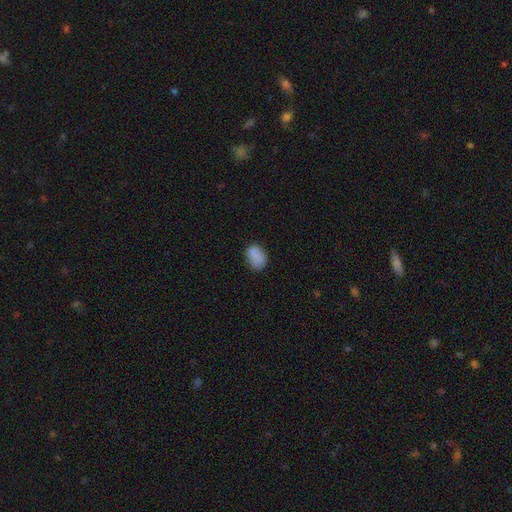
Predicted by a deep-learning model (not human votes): Morphology: type=smooth (85%); roundness=in between (76%); merging=none (73%).